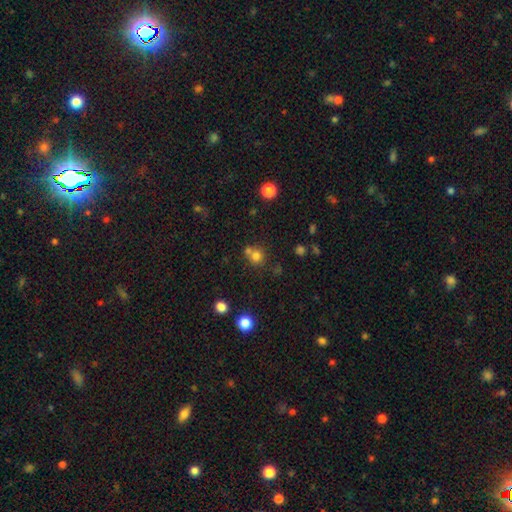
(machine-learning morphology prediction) smooth 75%, star or artifact 16%, featured or disk 10%. Down the decision tree: how rounded — round (87%); merging — none (52%).